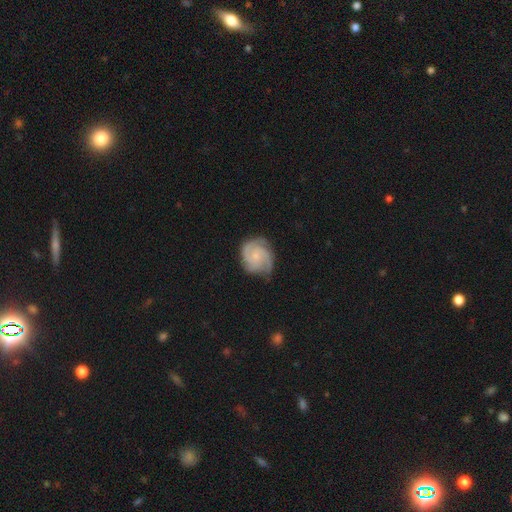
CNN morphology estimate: smooth-or-featured: featured or disk: 84% | smooth: 11% | star or artifact: 5%
  disk-edge-on: no: 98% | yes: 2%
    bar: no: 73% | weak: 23% | strong: 4%
    has-spiral-arms: yes: 98% | no: 2%
      spiral-winding: tight: 57% | medium: 37% | loose: 6%
      spiral-arm-count: 3: 53% | 2: 25% | can't tell: 9% | 4: 6% | 1: 4% | more than 4: 3%
    bulge-size: small: 68% | moderate: 20% | none: 10% | large: 1% | dominant: 1%
  merging: none: 72% | minor disturbance: 20% | major disturbance: 6% | merger: 1%